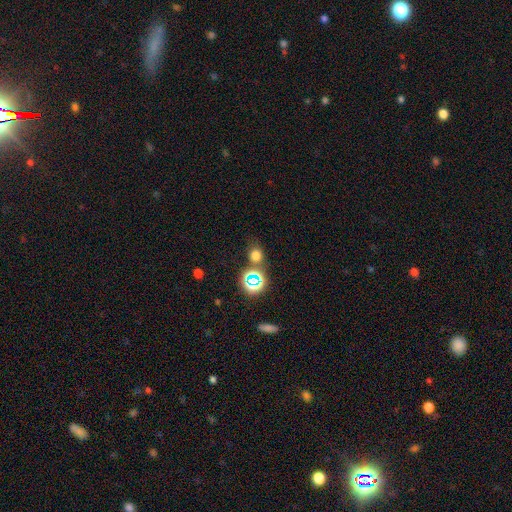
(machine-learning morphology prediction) type=smooth (66%); roundness=round (74%); merging=none (69%).